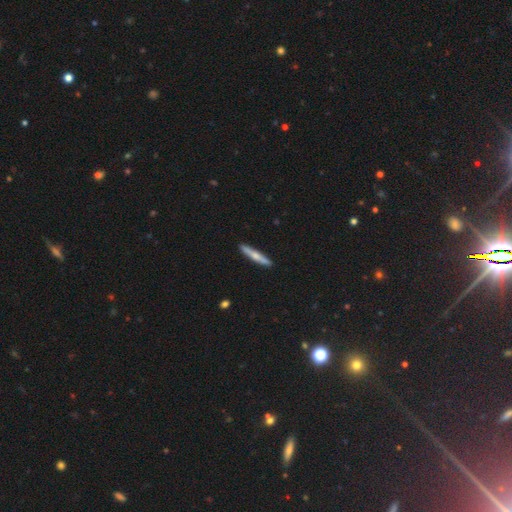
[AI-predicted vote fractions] Smooth or featured: smooth — 54% (featured or disk — 41%)
How rounded: cigar-shaped — 94% (in between — 5%)
Merging: none — 91% (minor disturbance — 7%)